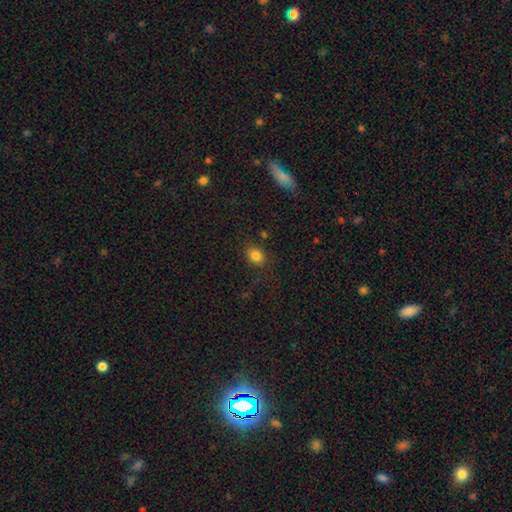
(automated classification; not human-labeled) Smooth or featured: smooth — 82% (star or artifact — 12%)
How rounded: round — 54% (in between — 45%)
Merging: none — 79% (minor disturbance — 13%)